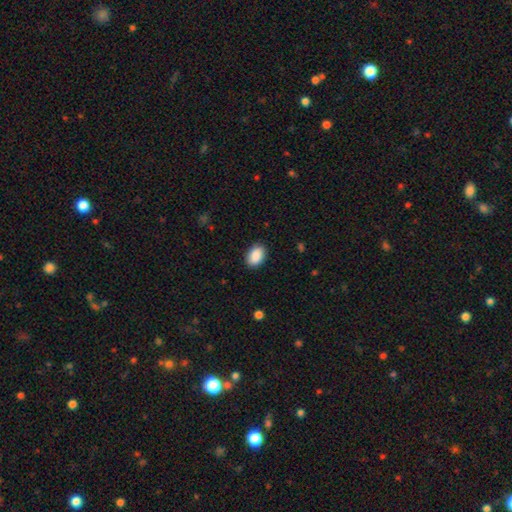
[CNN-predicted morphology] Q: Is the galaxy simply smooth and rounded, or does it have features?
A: smooth — 90%.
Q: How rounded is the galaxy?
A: in between — 87%.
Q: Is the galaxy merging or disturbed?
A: none — 88%.